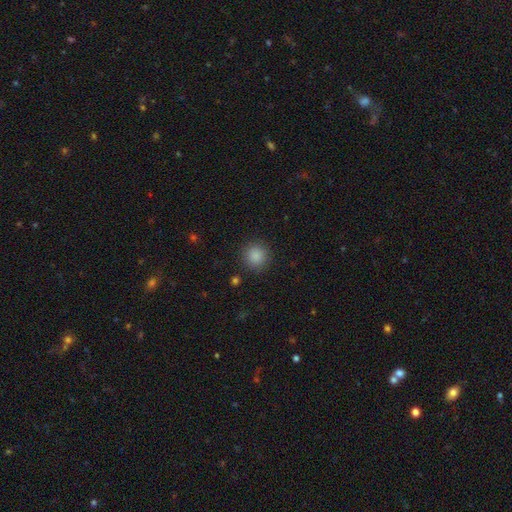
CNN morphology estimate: A smooth galaxy with no disk features (86%) that is round (93%). Merging: none (90%).